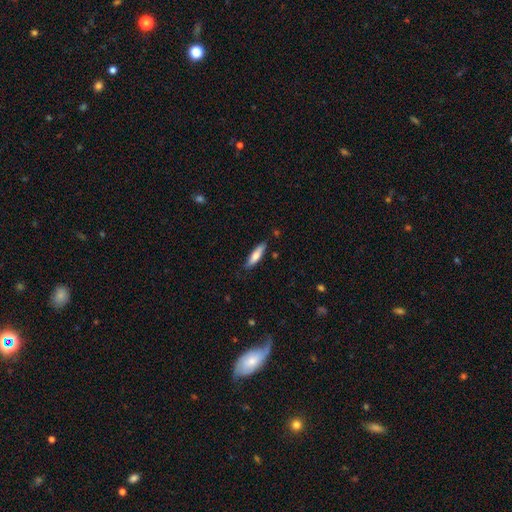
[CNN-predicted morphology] smooth_or_featured: smooth (p=0.73) [alt: featured or disk p=0.21]
how_rounded: cigar-shaped (p=0.69) [alt: in between p=0.29]
merging: none (p=0.82) [alt: minor disturbance p=0.14]